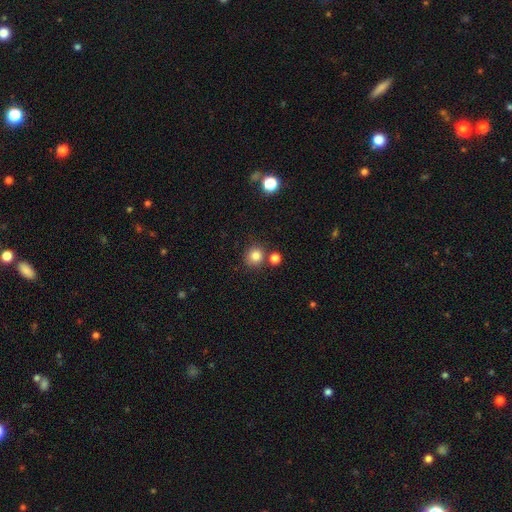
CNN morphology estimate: This appears to be a smooth galaxy with no disk features (83%) that is round (89%). Merging: none (74%).